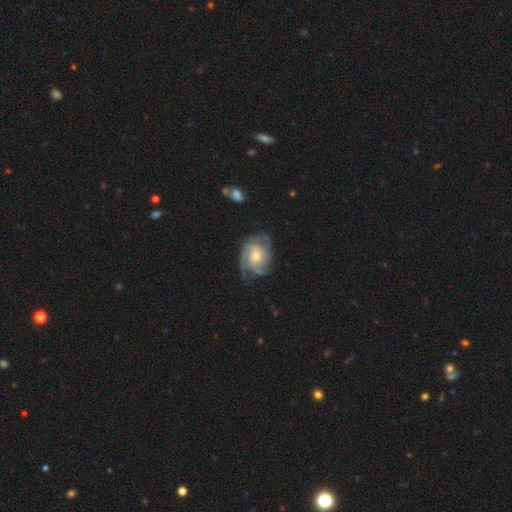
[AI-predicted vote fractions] featured or disk 82%, smooth 12%, star or artifact 6%. Down the decision tree: edge-on disk — no (97%); bar — no (72%); spiral arms — yes (95%); spiral arm count — 3 (33%); spiral winding — tight (56%); bulge size — moderate (62%); merging — none (65%).